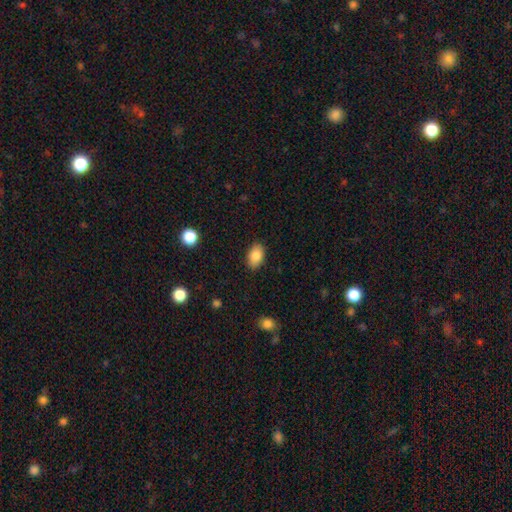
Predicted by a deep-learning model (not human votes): smooth_or_featured: smooth (p=0.86) [alt: star or artifact p=0.08]
how_rounded: in between (p=0.88) [alt: round p=0.11]
merging: none (p=0.88) [alt: minor disturbance p=0.09]